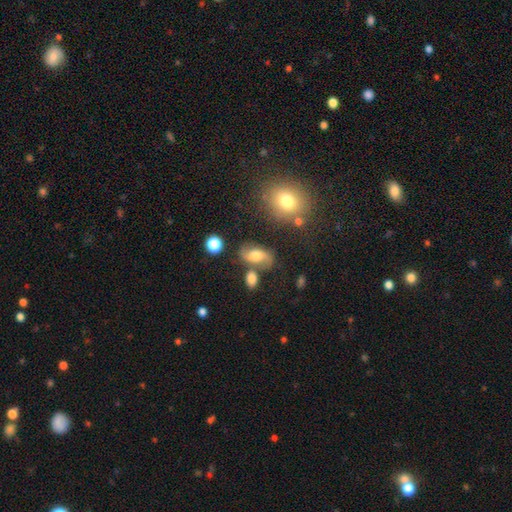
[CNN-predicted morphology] smooth_or_featured: featured or disk (p=0.52) [alt: smooth p=0.37]
disk_edge_on: no (p=0.95) [alt: yes p=0.05]
merging: none (p=0.60) [alt: minor disturbance p=0.18]